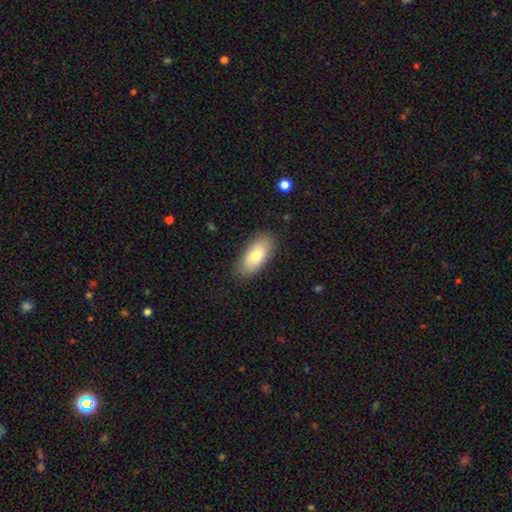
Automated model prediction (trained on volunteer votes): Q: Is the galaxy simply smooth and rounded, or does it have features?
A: smooth — 80%.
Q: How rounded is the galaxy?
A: in between — 88%.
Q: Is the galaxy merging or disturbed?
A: none — 85%.